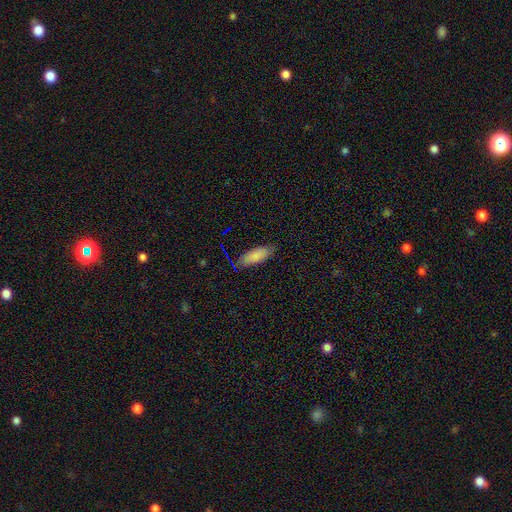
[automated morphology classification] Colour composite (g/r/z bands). It shows a smooth galaxy with no disk features (84%) that is in between round and cigar-shaped (73%). Merging: none (78%).